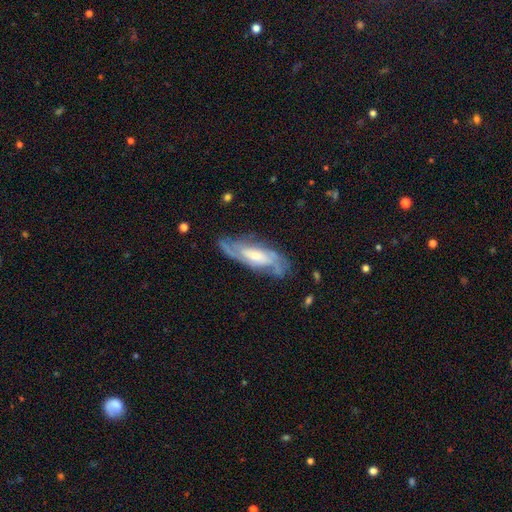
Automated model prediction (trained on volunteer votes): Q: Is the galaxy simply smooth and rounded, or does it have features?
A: featured or disk — 82%.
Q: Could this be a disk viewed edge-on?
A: no — 83%.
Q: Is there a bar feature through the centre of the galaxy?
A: no — 44%.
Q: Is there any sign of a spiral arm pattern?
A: yes — 94%.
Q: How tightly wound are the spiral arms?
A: tight — 46%.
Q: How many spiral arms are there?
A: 2 — 40%.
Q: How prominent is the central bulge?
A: moderate — 47%.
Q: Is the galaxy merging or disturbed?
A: none — 73%.